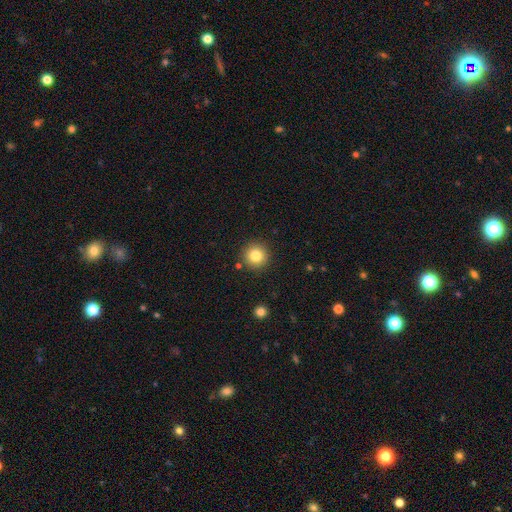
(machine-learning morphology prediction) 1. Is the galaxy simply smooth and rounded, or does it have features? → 82% smooth, 11% star or artifact, 7% featured or disk.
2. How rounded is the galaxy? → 95% round, 4% in between, 1% cigar-shaped.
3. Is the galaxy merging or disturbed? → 89% none, 6% minor disturbance, 2% merger, 2% major disturbance.